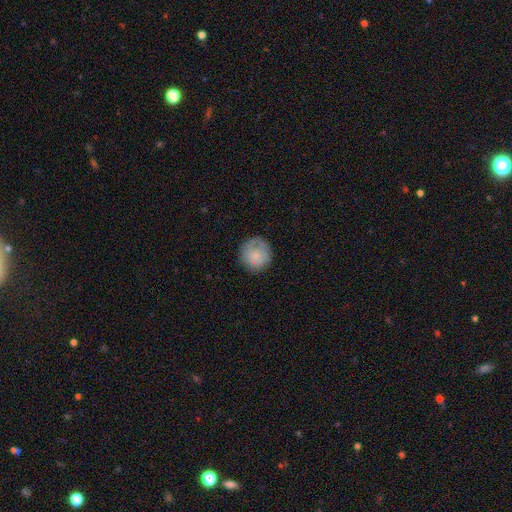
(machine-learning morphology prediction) The model was most divided on "smooth or featured": smooth: 66%, featured or disk: 26%, star or artifact: 8%. More confident: how rounded — round (92%); merging — none (73%).